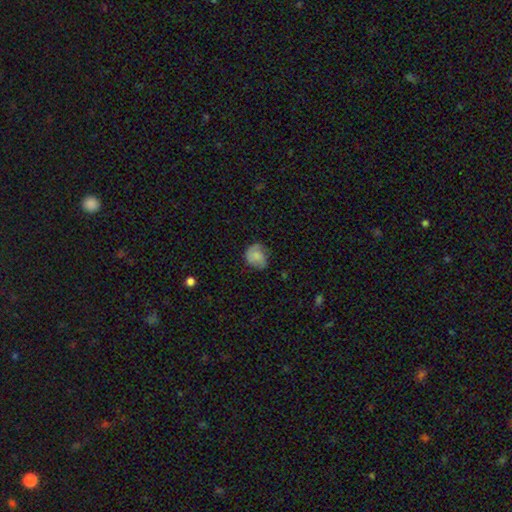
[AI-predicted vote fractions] Smooth or featured: smooth — 68% (featured or disk — 24%)
How rounded: round — 71% (in between — 28%)
Merging: none — 60% (minor disturbance — 28%)